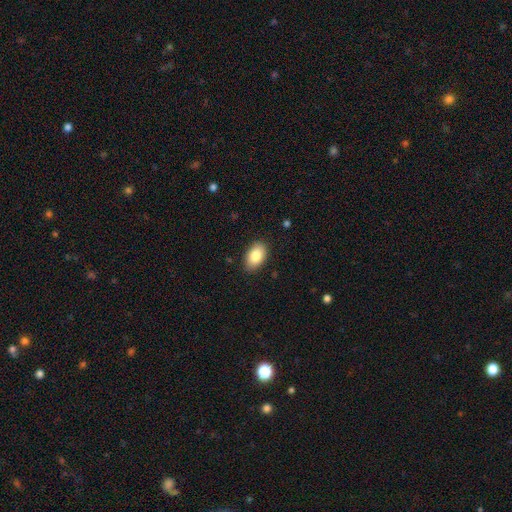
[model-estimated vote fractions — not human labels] The model was most divided on "merging": none: 86%, minor disturbance: 11%, major disturbance: 2%, merger: 1%. More confident: how rounded — in between (91%); smooth or featured — smooth (84%).